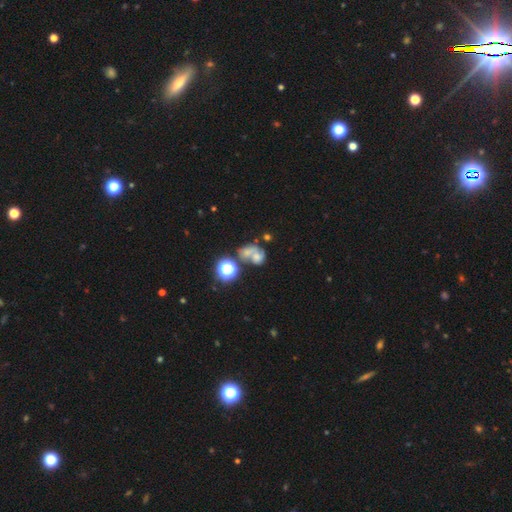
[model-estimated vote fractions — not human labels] Smooth or featured? smooth (45%)
Merging? merger (55%)